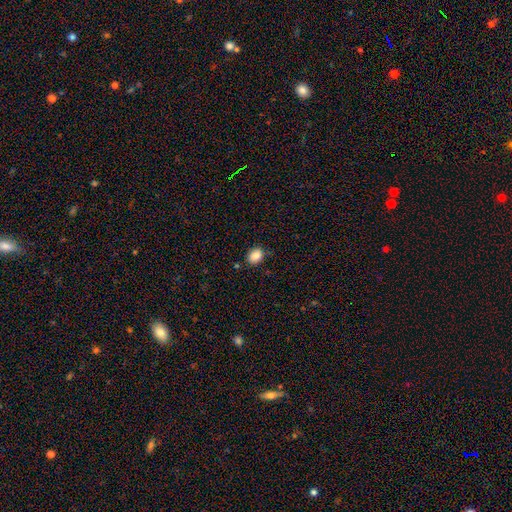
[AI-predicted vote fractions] A smooth galaxy with no disk features (85%) that is in between round and cigar-shaped (60%). Merging: none (83%).